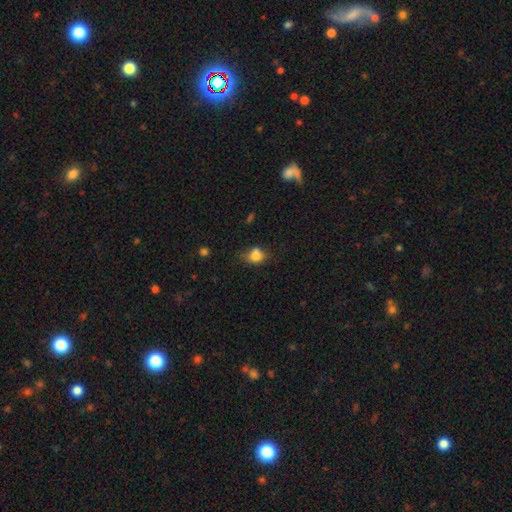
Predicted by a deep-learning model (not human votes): Overall: smooth (78%). How rounded: in between (52%; round 47%). Merging: none (48%; minor disturbance 29%).